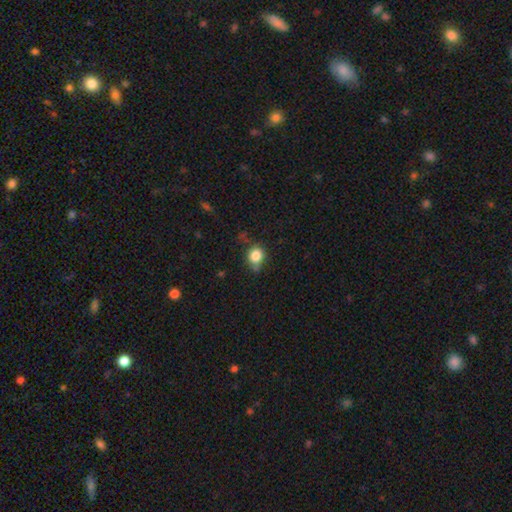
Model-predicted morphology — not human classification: smooth-or-featured: smooth: 83% | star or artifact: 10% | featured or disk: 7%
  how-rounded: round: 74% | in between: 25% | cigar-shaped: 1%
  merging: none: 68% | minor disturbance: 22% | major disturbance: 5% | merger: 5%